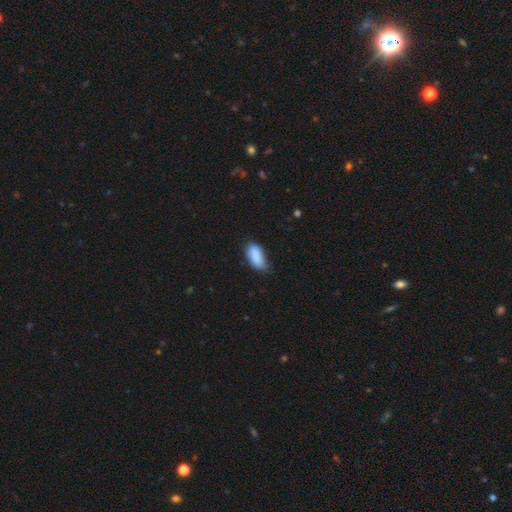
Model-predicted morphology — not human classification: A smooth galaxy with no disk features (86%) that is in between round and cigar-shaped (86%). Merging: none (63%).